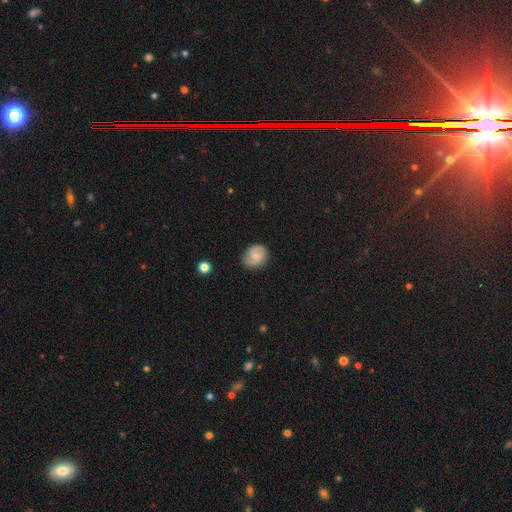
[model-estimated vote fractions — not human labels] A smooth galaxy with no disk features (47%). Merging: none (78%).